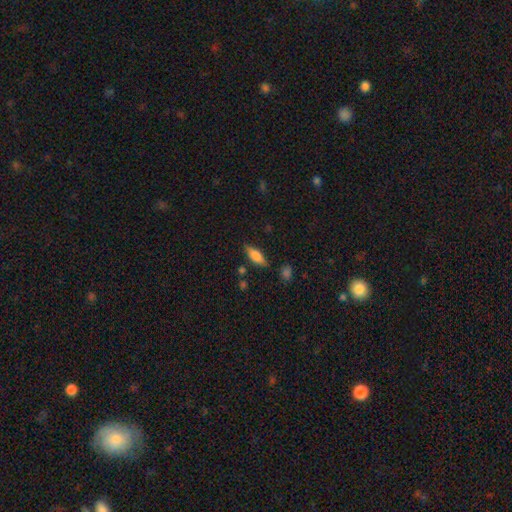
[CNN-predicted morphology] A smooth galaxy with no disk features (73%) that is in between round and cigar-shaped (67%). Merging: none (79%).